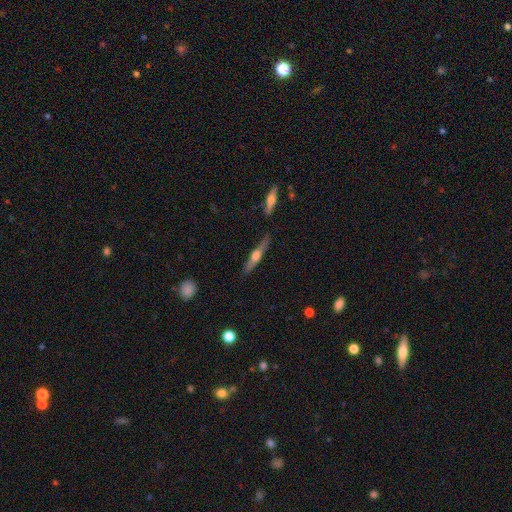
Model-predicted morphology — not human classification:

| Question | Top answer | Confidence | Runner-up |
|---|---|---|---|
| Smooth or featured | featured or disk | 66% | smooth (28%) |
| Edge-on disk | yes | 96% | no (4%) |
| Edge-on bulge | rounded | 91% | boxy (5%) |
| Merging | none | 83% | minor disturbance (12%) |